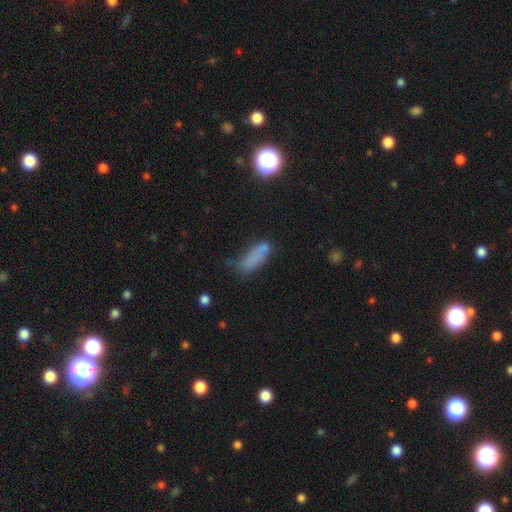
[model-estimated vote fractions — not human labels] smooth 69%, star or artifact 16%, featured or disk 15%. Down the decision tree: how rounded — in between (59%); merging — none (43%).